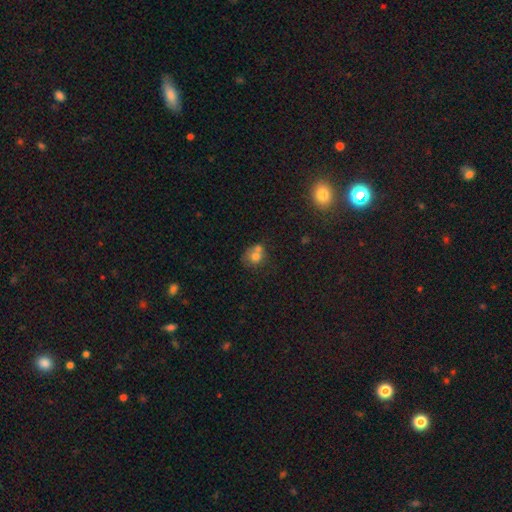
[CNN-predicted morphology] Smooth or featured? Predicted: smooth (p=0.70). How rounded? Predicted: round (p=0.72). Merging? Predicted: merger (p=0.48).